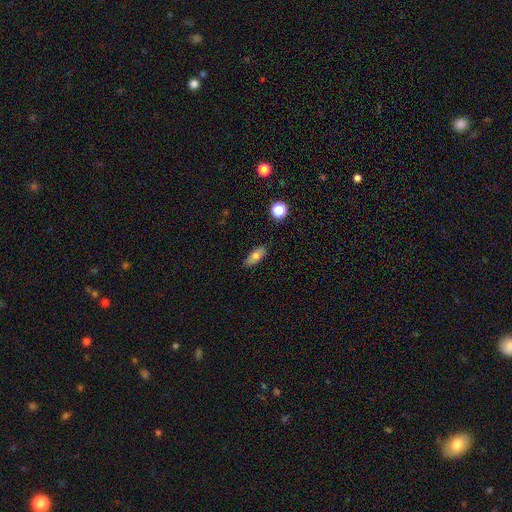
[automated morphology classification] Smooth or featured? smooth (75%)
How rounded? in between (79%)
Merging? none (84%)